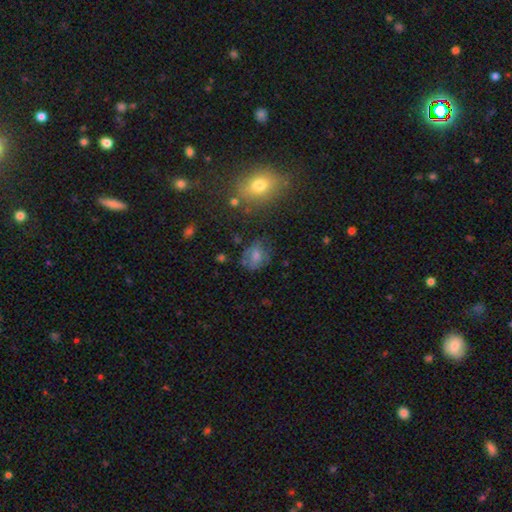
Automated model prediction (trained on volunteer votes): Overall: smooth (63%; featured or disk 24%). How rounded: in between (58%; round 41%). Merging: none (55%; minor disturbance 26%).